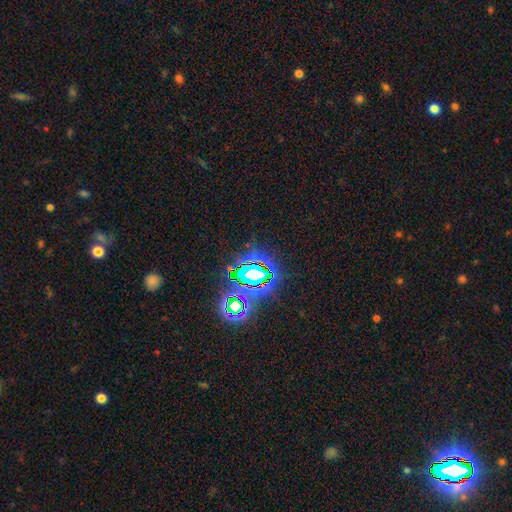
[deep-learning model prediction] A star or artifact, not a galaxy (78%).

Vote fractions:
- Smooth or featured? star or artifact: 78% / smooth: 14% / featured or disk: 8%